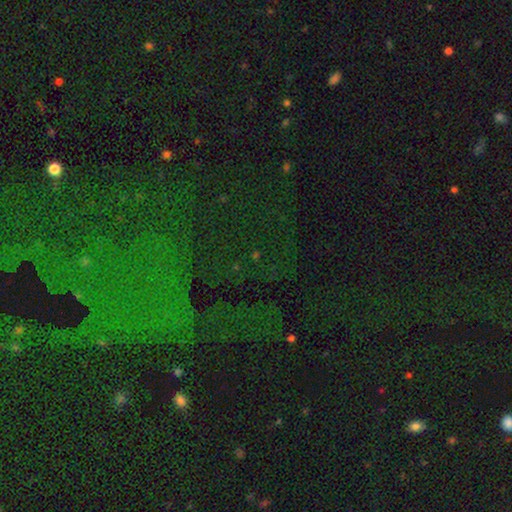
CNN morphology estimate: Smooth or featured?
  - star or artifact: 76% *
  - smooth: 15%
  - featured or disk: 10%